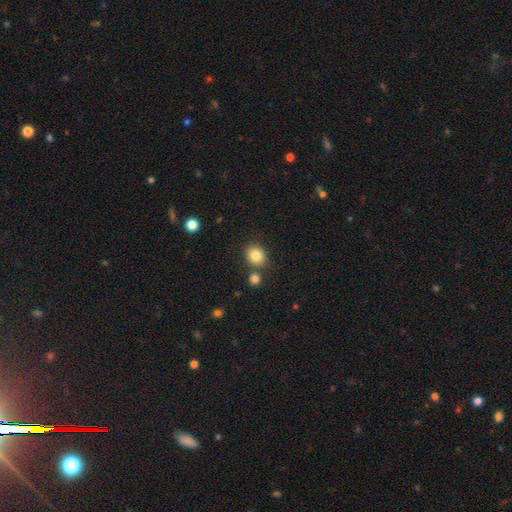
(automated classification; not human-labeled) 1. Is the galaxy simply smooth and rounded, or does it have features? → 83% smooth, 10% star or artifact, 7% featured or disk.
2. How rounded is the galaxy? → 71% round, 29% in between, 1% cigar-shaped.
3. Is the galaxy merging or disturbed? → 73% none, 14% merger, 10% minor disturbance, 3% major disturbance.